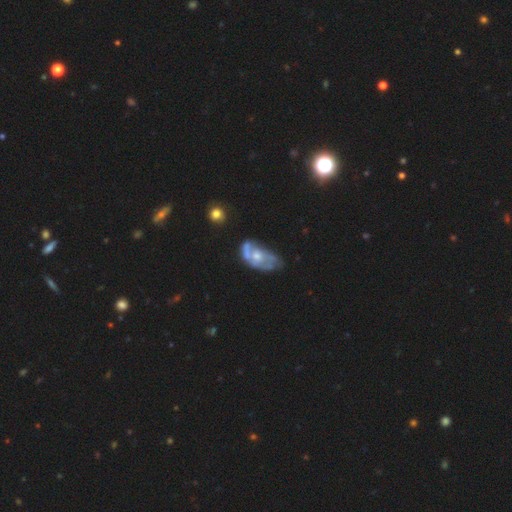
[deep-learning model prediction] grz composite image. It shows a featured or disk galaxy (65%) with no bar (82%), no spiral arms (50%, tied with yes) and a moderate central bulge (48%). Merging: none (31%).